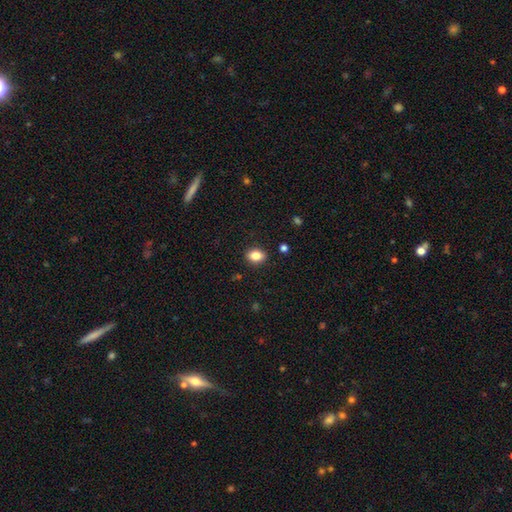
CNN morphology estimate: Q: Smooth or featured?
A: smooth (85%); runner-up: star or artifact (9%)
Q: How rounded?
A: in between (70%); runner-up: round (28%)
Q: Merging?
A: none (88%); runner-up: minor disturbance (8%)